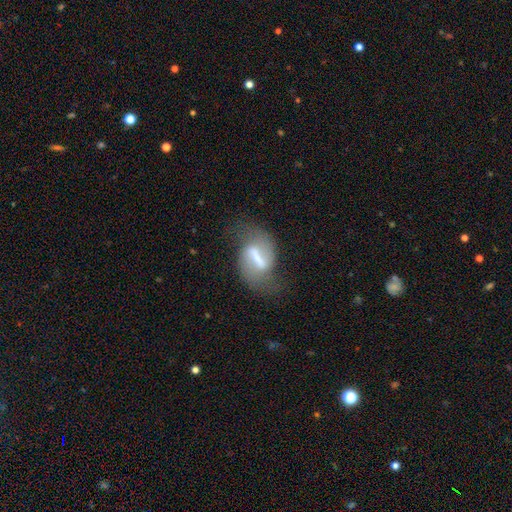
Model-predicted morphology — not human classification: This is likely a featured or disk galaxy (75%). It is clearly not viewed edge-on (94%). Bar: possibly strong (56%). Spiral arm pattern: clearly yes (86%). Spiral arm count: clearly 2 (87%). Spiral winding: possibly loose (47%). Central bulge: marginally small (30%). Merging: likely none (68%).